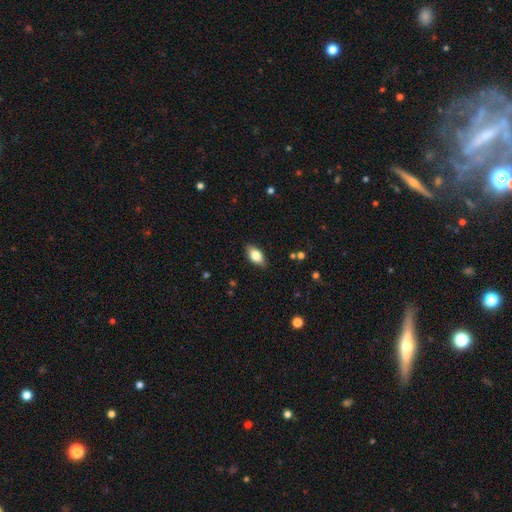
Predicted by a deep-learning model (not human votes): Smooth or featured? Predicted: smooth (p=0.80). How rounded? Predicted: in between (p=0.91). Merging? Predicted: none (p=0.87).